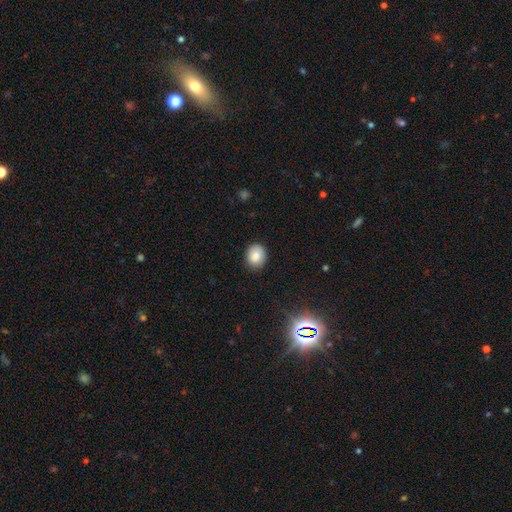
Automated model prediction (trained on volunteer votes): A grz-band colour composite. It shows a smooth galaxy with no disk features (82%) that is round (62%). Merging: none (87%).